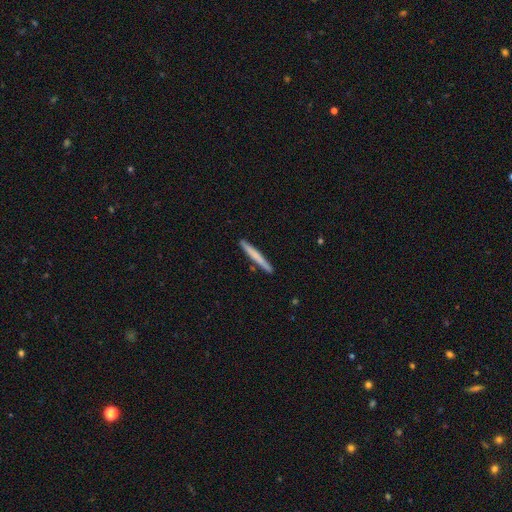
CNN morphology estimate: type=smooth (67%); roundness=cigar-shaped (97%); merging=none (90%).